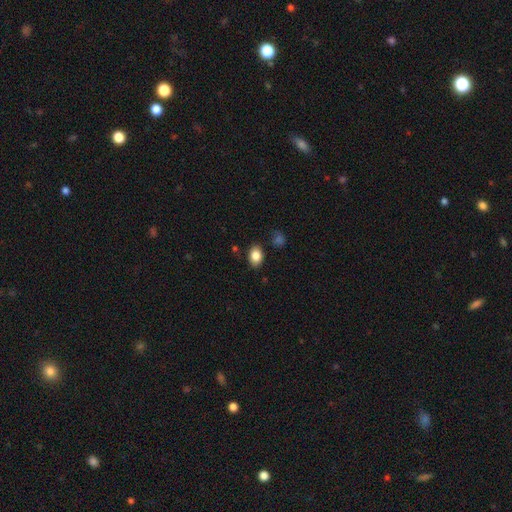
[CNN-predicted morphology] The model was most divided on "how rounded": in between: 78%, round: 20%, cigar-shaped: 1%. More confident: smooth or featured — smooth (85%); merging — none (84%).